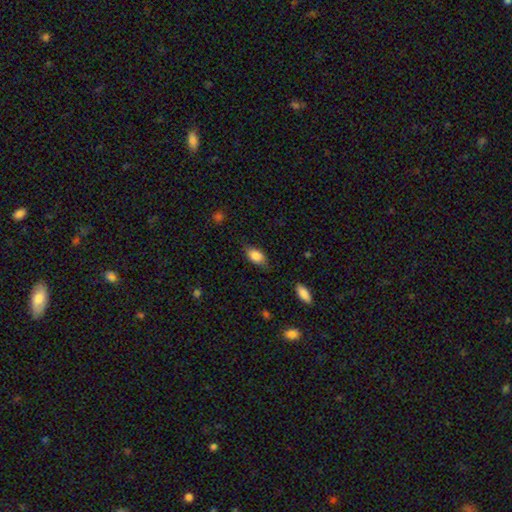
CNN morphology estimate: Smooth or featured: smooth — 84% (featured or disk — 9%)
How rounded: in between — 88% (round — 8%)
Merging: none — 73% (minor disturbance — 21%)